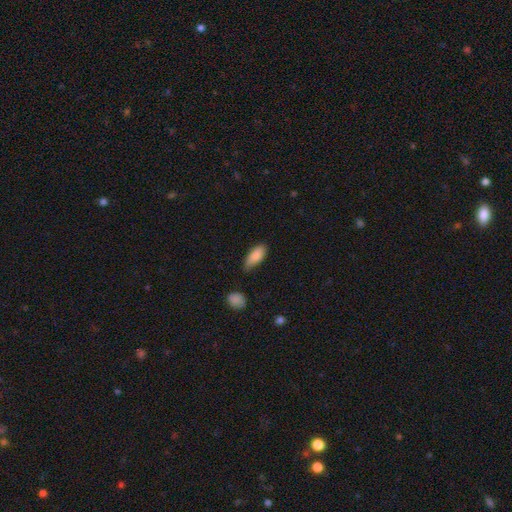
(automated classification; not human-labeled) A smooth galaxy with no disk features (87%) that is in between round and cigar-shaped (86%).

Vote fractions:
- Smooth or featured? smooth: 87% / star or artifact: 7% / featured or disk: 6%
- How rounded? in between: 86% / cigar-shaped: 11% / round: 2%
- Merging? none: 62% / minor disturbance: 30% / major disturbance: 6% / merger: 3%